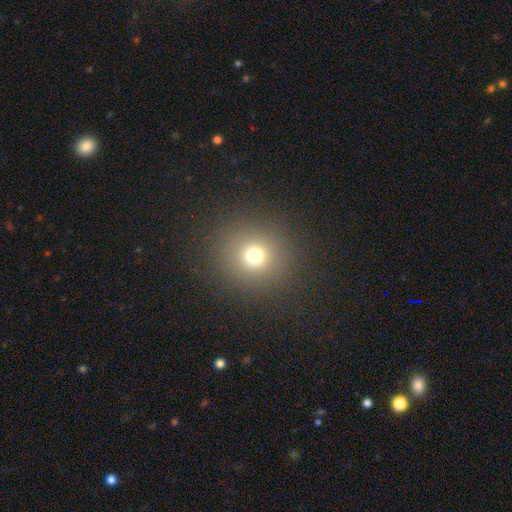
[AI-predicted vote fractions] This appears to be a smooth galaxy with no disk features (71%) that is round (91%). Merging: none (90%).